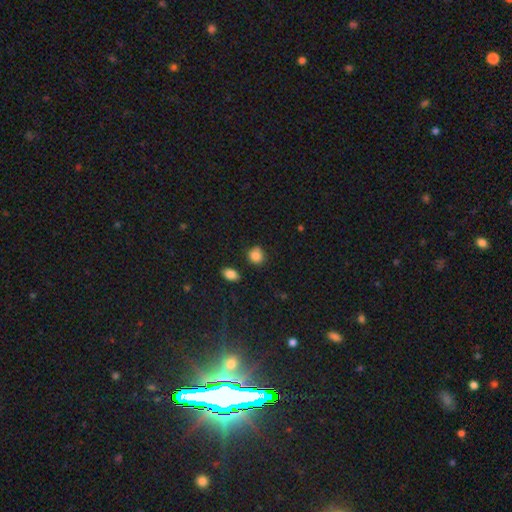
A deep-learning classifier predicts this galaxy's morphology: Smooth or featured? smooth (85%)
How rounded? round (77%)
Merging? none (76%)